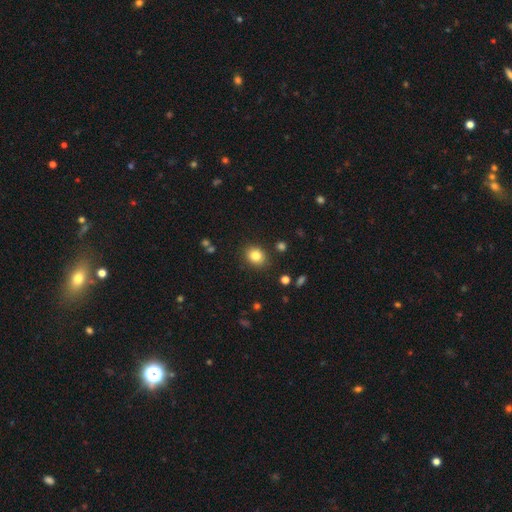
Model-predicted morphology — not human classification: smooth 82%, star or artifact 11%, featured or disk 7%. Down the decision tree: how rounded — round (57%); merging — none (86%).